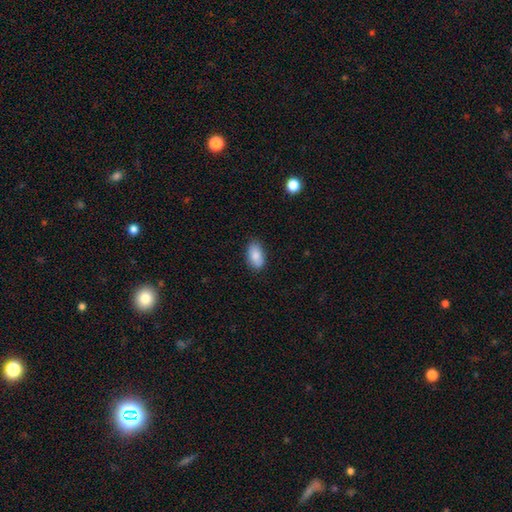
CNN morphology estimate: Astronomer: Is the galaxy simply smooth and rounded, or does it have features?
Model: smooth — 85%.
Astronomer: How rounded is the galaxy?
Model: in between — 93%.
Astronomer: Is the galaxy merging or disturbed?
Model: none — 83%.